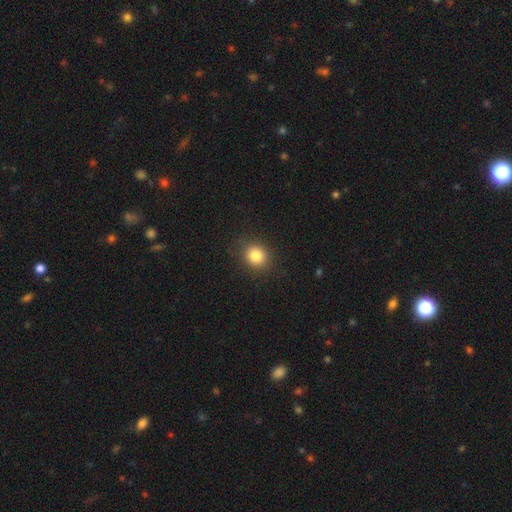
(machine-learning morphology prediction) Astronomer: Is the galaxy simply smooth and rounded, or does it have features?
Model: smooth — 83%.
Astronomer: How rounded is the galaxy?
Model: round — 78%.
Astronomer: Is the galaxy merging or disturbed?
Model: none — 88%.